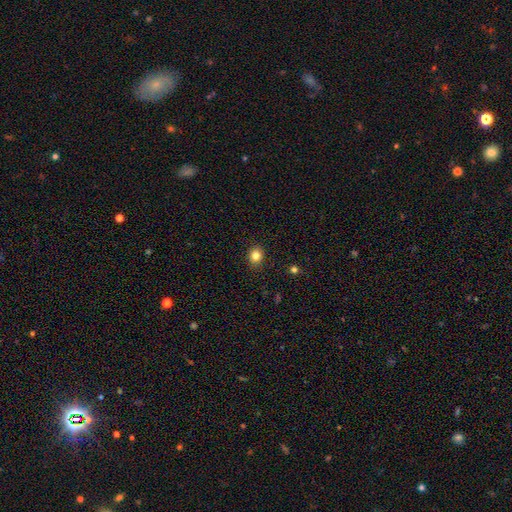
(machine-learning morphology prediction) This is clearly a smooth galaxy (83%). How rounded: likely round (68%). Merging: clearly none (90%).